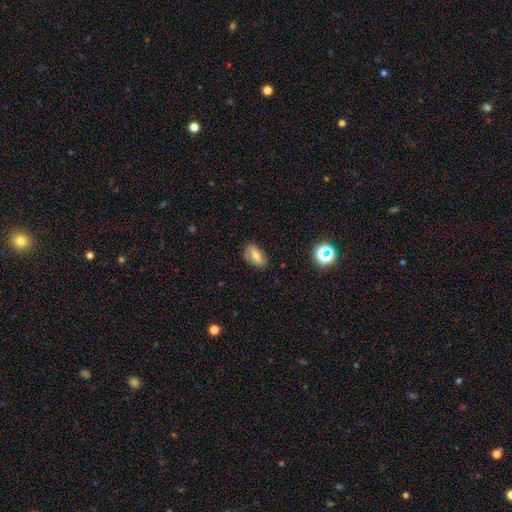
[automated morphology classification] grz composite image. It shows a smooth galaxy with no disk features (55%) that is in between round and cigar-shaped (86%). Merging: none (78%).